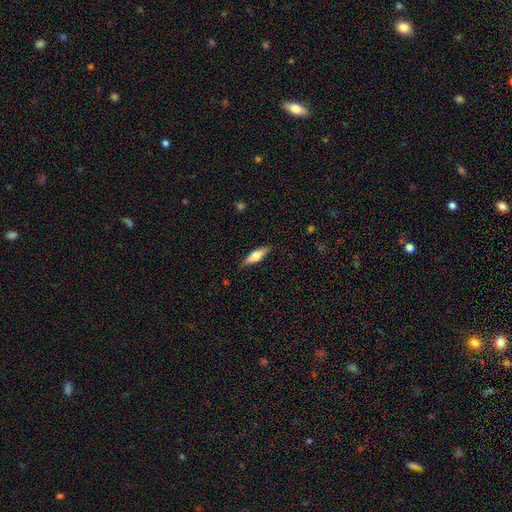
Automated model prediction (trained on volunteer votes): A smooth galaxy with no disk features (50%) that is cigar-shaped (56%).

Vote fractions:
- Smooth or featured? smooth: 50% / featured or disk: 44% / star or artifact: 6%
- How rounded? cigar-shaped: 56% / in between: 42% / round: 2%
- Merging? none: 84% / minor disturbance: 12% / major disturbance: 3% / merger: 1%